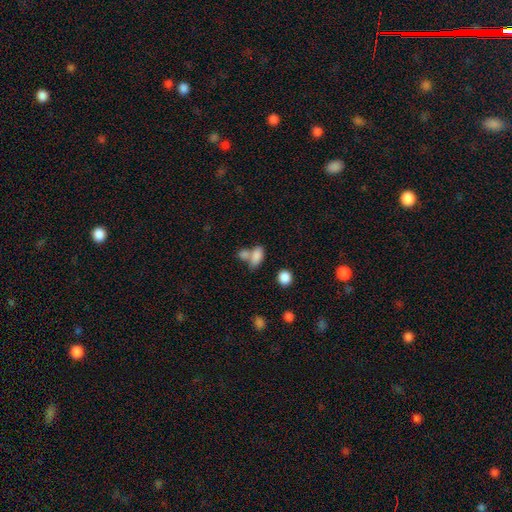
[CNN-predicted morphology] A smooth galaxy with no disk features (82%) that is in between round and cigar-shaped (86%).

Vote fractions:
- Smooth or featured? smooth: 82% / featured or disk: 9% / star or artifact: 9%
- How rounded? in between: 86% / round: 9% / cigar-shaped: 4%
- Merging? merger: 53% / none: 31% / minor disturbance: 10% / major disturbance: 6%